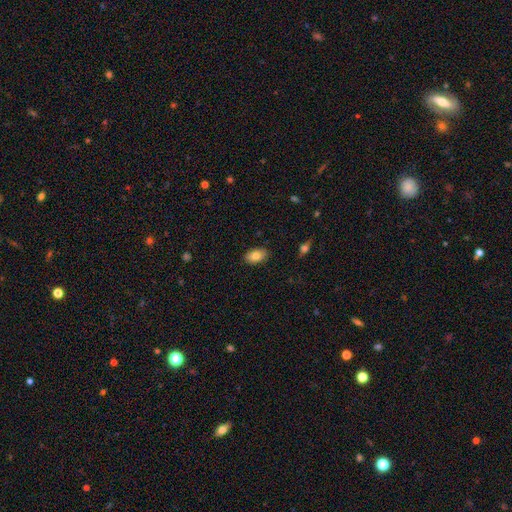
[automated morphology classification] smooth_or_featured: smooth (p=0.79) [alt: featured or disk p=0.13]
how_rounded: in between (p=0.91) [alt: round p=0.08]
merging: none (p=0.87) [alt: minor disturbance p=0.10]